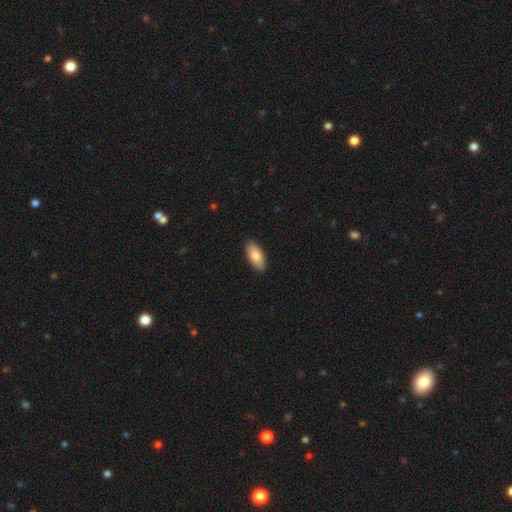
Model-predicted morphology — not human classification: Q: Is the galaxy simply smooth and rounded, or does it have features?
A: smooth — 83%.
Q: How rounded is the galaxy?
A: in between — 89%.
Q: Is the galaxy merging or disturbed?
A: none — 90%.